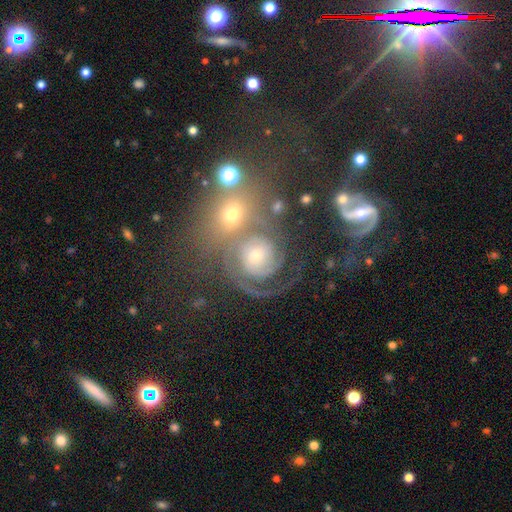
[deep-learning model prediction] Morphology: type=featured or disk (74%); edge-on=no (97%); bar=no (70%); spiral arms=yes (94%); winding=tight (53%); arm count=2 (53%); bulge=small (55%); merging=merger (45%).